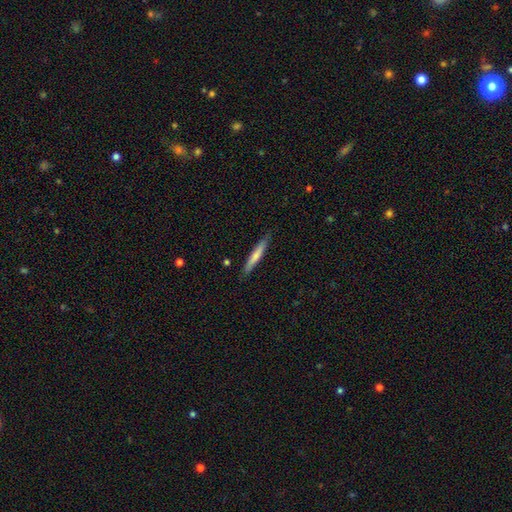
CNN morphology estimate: Smooth or featured? Predicted: smooth (p=0.68). How rounded? Predicted: cigar-shaped (p=0.94). Merging? Predicted: none (p=0.86).